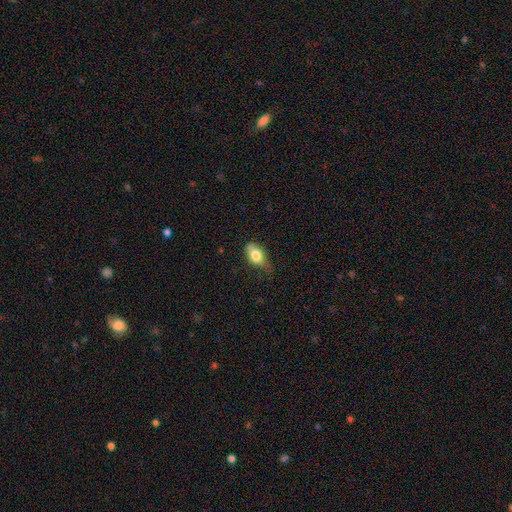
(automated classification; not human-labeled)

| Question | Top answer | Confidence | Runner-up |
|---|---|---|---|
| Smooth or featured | smooth | 75% | featured or disk (17%) |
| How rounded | in between | 84% | round (11%) |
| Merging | none | 47% | minor disturbance (40%) |